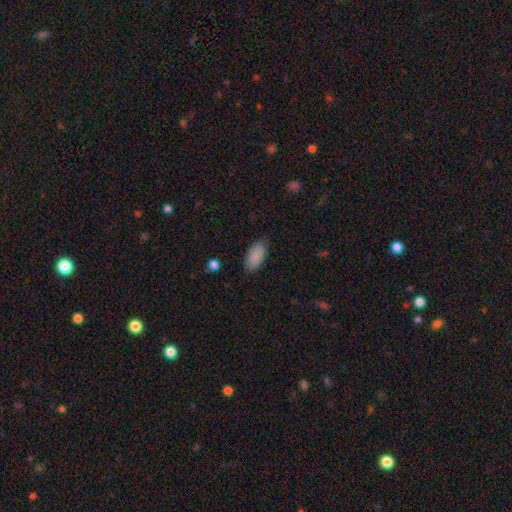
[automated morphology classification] The model was most divided on "merging": none: 80%, minor disturbance: 15%, major disturbance: 3%, merger: 1%. More confident: how rounded — in between (93%); smooth or featured — smooth (88%).